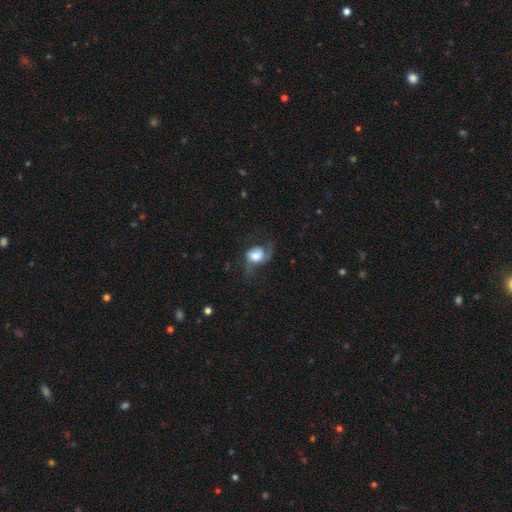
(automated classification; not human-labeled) smooth 50%, featured or disk 42%, star or artifact 8%. Down the decision tree: merging — major disturbance (39%).